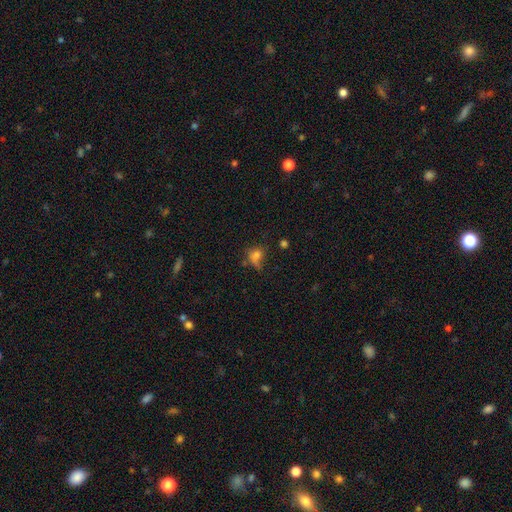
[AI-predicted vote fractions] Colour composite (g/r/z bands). It shows a smooth galaxy with no disk features (68%) that is round (50%). Merging: none (36%).